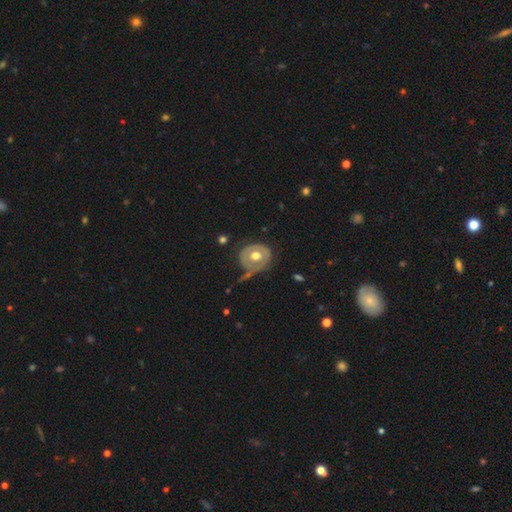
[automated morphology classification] A featured or disk galaxy (49%).

Vote fractions:
- Smooth or featured? featured or disk: 49% / smooth: 45% / star or artifact: 6%
- Merging? none: 57% / minor disturbance: 23% / major disturbance: 13% / merger: 6%